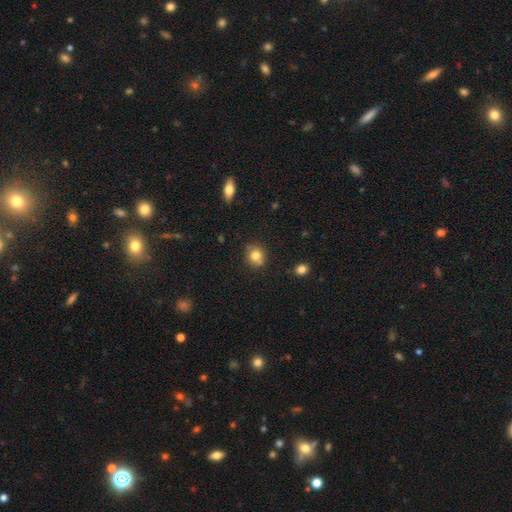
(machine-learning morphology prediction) smooth 79%, star or artifact 11%, featured or disk 10%. Down the decision tree: how rounded — round (80%); merging — none (75%).